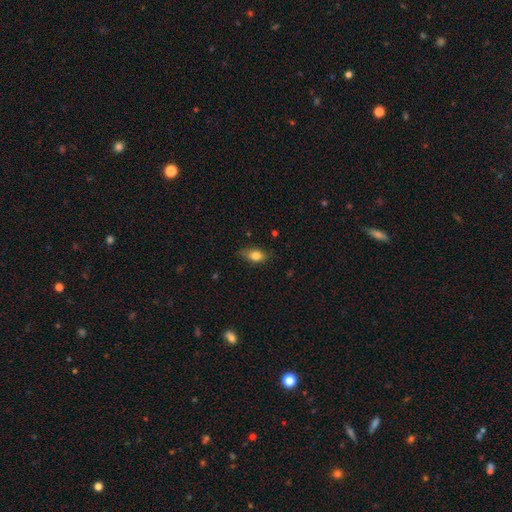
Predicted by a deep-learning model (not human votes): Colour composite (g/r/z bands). It shows a smooth galaxy with no disk features (79%) that is in between round and cigar-shaped (81%). Merging: none (71%).